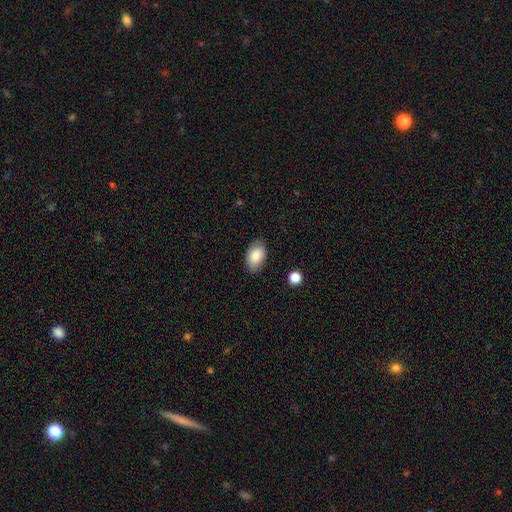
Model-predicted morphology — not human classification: Overall: smooth (86%). How rounded: in between (92%). Merging: none (82%).